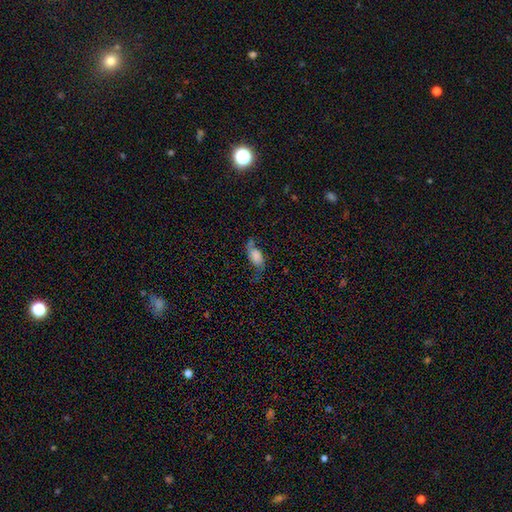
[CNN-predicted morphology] smooth_or_featured: featured or disk (p=0.46) [alt: smooth p=0.44]
merging: none (p=0.54) [alt: minor disturbance p=0.25]